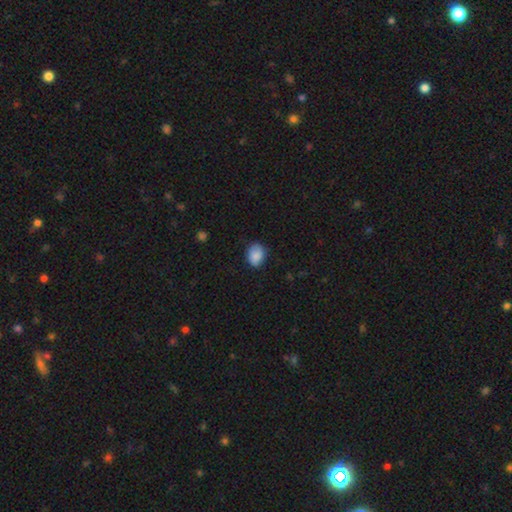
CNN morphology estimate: Q: Smooth or featured?
A: smooth (84%); runner-up: featured or disk (8%)
Q: How rounded?
A: in between (61%); runner-up: round (38%)
Q: Merging?
A: none (73%); runner-up: minor disturbance (21%)